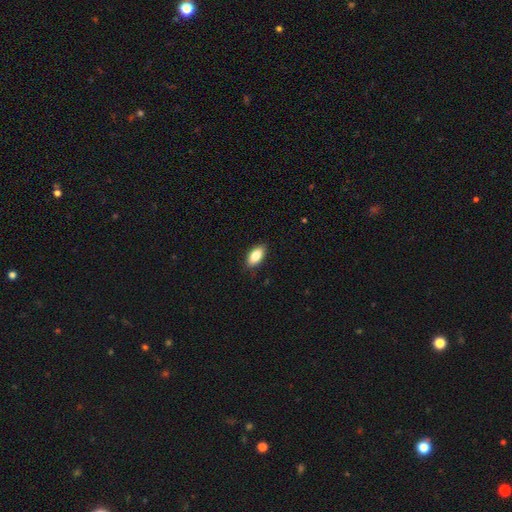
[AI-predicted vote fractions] smooth 84%, featured or disk 9%, star or artifact 7%. Down the decision tree: how rounded — in between (90%); merging — none (87%).